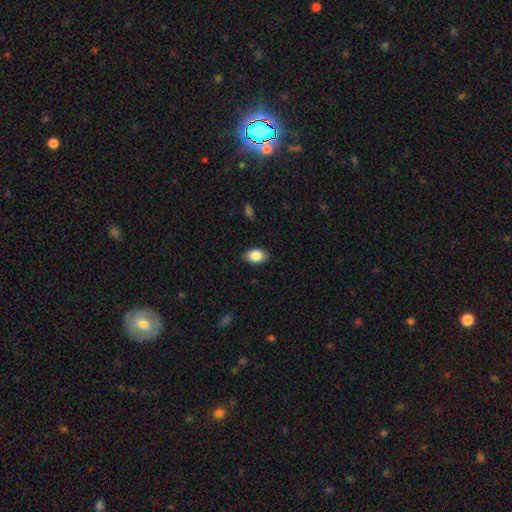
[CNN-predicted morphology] Smooth or featured?
  - smooth: 86% *
  - star or artifact: 8%
  - featured or disk: 6%
How rounded?
  - in between: 84% *
  - round: 14%
  - cigar-shaped: 1%
Merging?
  - none: 87% *
  - minor disturbance: 10%
  - major disturbance: 2%
  - merger: 1%